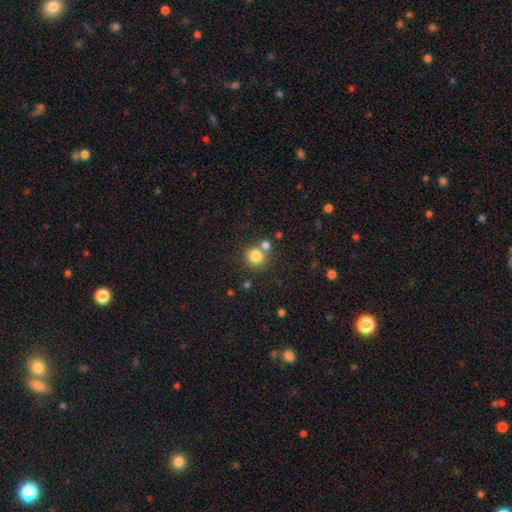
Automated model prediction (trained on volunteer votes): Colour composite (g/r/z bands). It shows a smooth galaxy with no disk features (82%) that is round (87%). Merging: none (64%).